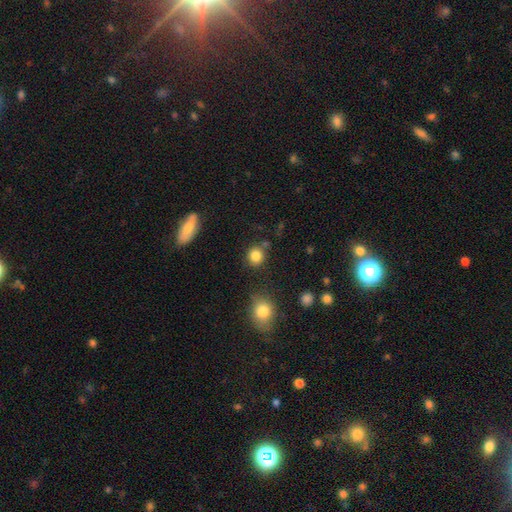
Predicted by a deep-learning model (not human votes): A smooth galaxy with no disk features (84%) that is round (83%). Merging: none (79%).